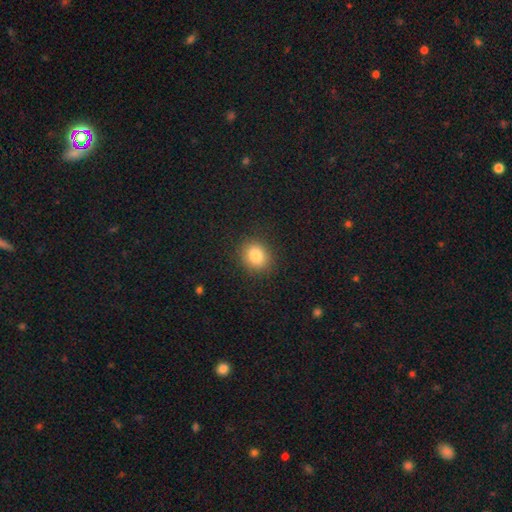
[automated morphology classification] Overall: smooth (84%). How rounded: round (65%; in between 34%). Merging: none (88%).